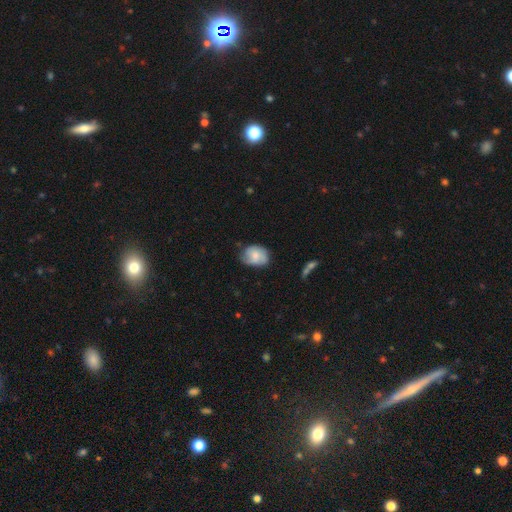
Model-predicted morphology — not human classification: type=smooth (67%); roundness=in between (59%); merging=none (58%).